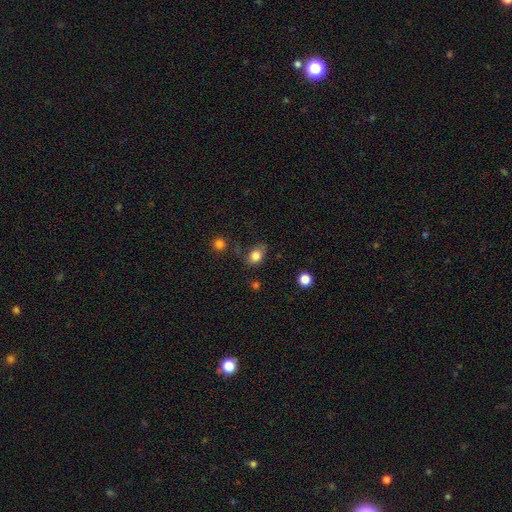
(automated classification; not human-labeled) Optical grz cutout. It shows a smooth galaxy with no disk features (82%) that is in between round and cigar-shaped (61%). Merging: none (60%).